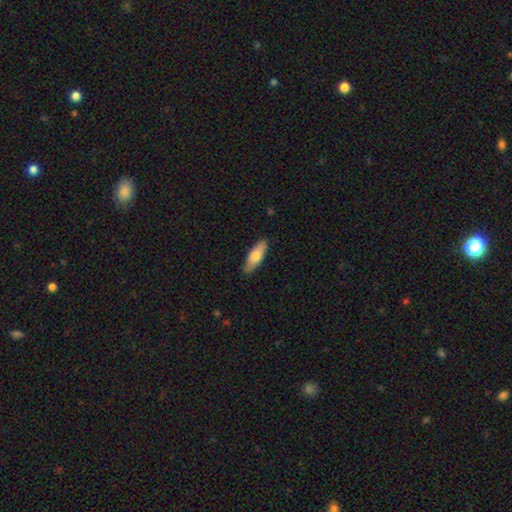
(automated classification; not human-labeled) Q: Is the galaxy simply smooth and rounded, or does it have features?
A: smooth — 75%.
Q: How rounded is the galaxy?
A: in between — 63%.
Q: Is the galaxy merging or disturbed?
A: none — 86%.